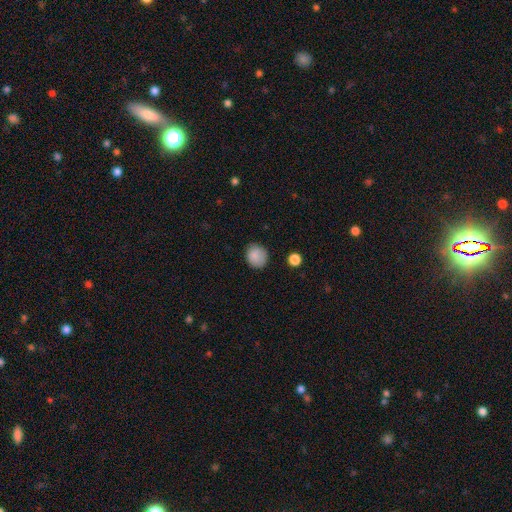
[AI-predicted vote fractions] This is clearly a smooth galaxy (87%). How rounded: likely round (75%). Merging: likely none (79%).